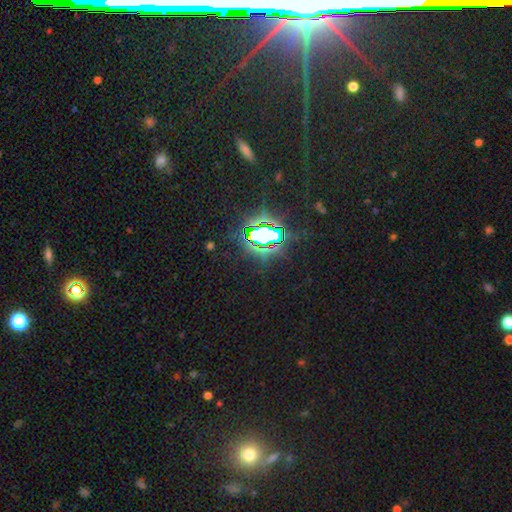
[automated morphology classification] The model was most divided on "smooth or featured": star or artifact: 79%, smooth: 11%, featured or disk: 10%.